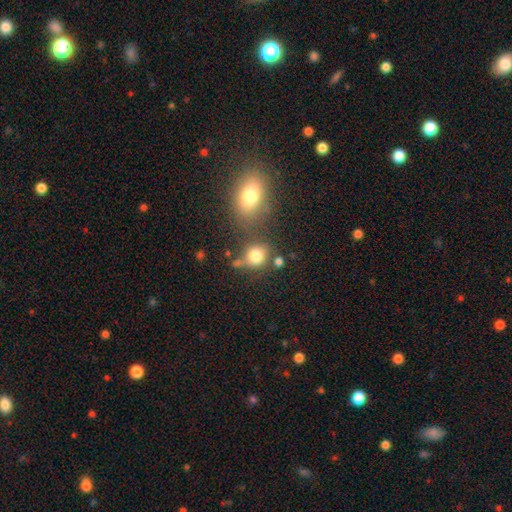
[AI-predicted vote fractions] Overall: smooth (79%). How rounded: round (72%). Merging: none (55%; merger 22%).